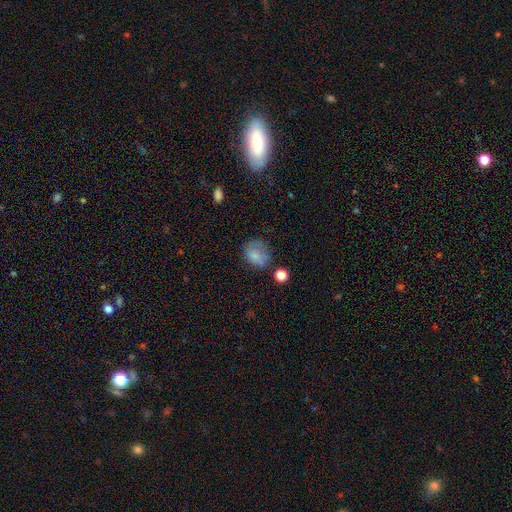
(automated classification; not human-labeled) This appears to be a smooth galaxy with no disk features (77%) that is round (59%). Merging: none (56%).